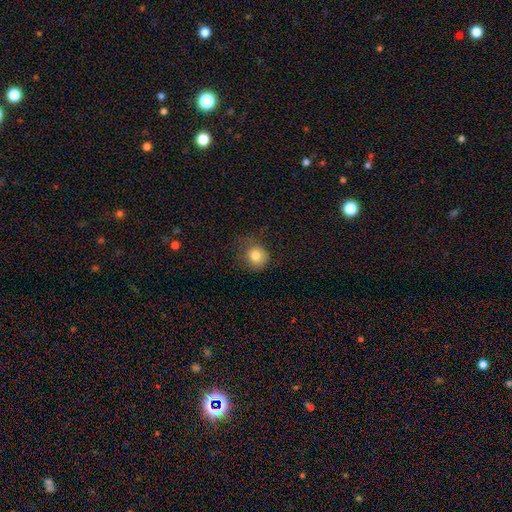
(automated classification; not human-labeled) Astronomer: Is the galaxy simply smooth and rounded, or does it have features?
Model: smooth — 81%.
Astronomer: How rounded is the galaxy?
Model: round — 88%.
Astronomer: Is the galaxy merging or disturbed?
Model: none — 66%.